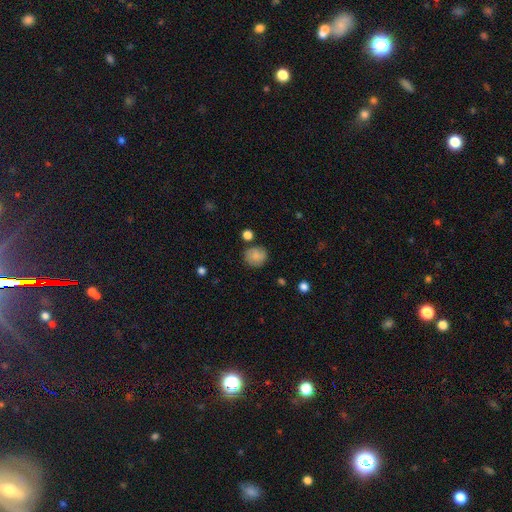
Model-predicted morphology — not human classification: smooth_or_featured: smooth (p=0.83) [alt: star or artifact p=0.09]
how_rounded: round (p=0.87) [alt: in between p=0.12]
merging: none (p=0.79) [alt: minor disturbance p=0.13]